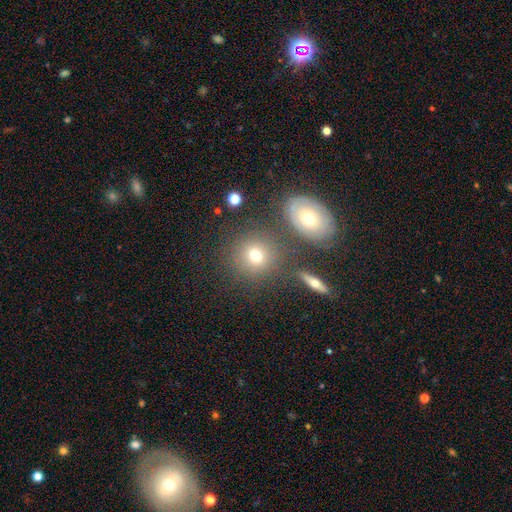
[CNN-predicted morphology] Smooth or featured: smooth — 69% (star or artifact — 17%)
How rounded: round — 86% (in between — 13%)
Merging: none — 77% (merger — 10%)